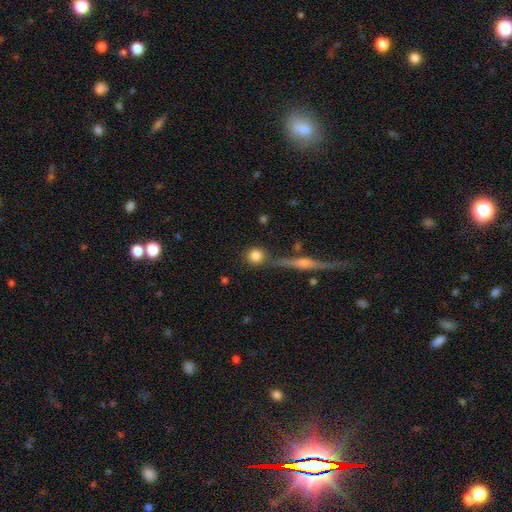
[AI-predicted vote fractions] This appears to be a smooth galaxy with no disk features (80%) that is round (90%). Merging: none (72%).